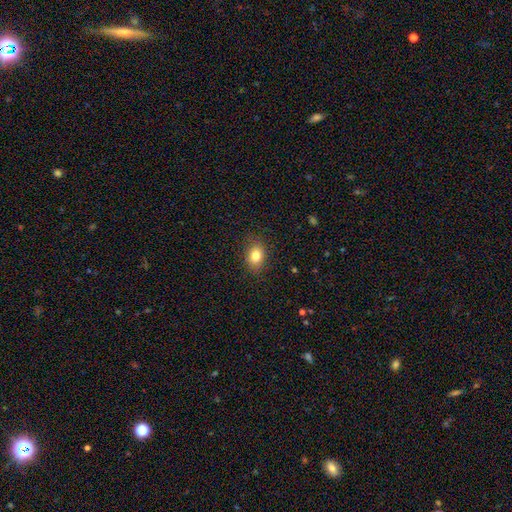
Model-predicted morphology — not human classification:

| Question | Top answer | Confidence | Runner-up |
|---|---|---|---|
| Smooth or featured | smooth | 82% | star or artifact (10%) |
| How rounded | in between | 70% | round (28%) |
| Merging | none | 86% | minor disturbance (10%) |